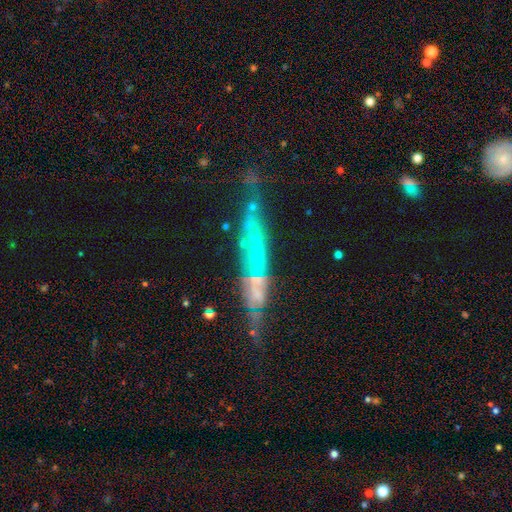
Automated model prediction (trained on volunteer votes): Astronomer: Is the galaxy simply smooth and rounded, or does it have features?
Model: featured or disk — 63%.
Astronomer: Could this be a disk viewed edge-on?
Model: yes — 65%.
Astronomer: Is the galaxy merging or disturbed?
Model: none — 60%.